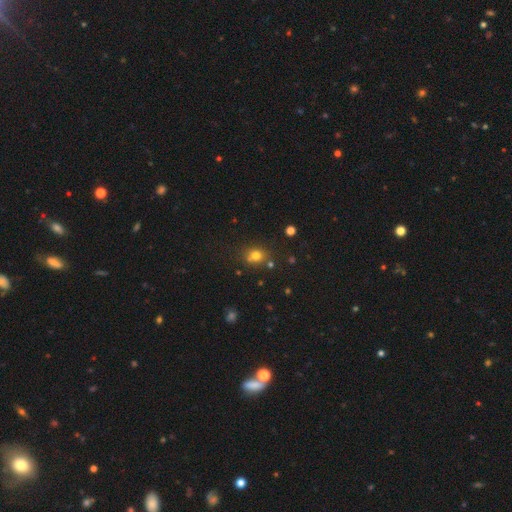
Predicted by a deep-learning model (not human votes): smooth 74%, star or artifact 18%, featured or disk 9%. Down the decision tree: how rounded — round (71%); merging — none (70%).